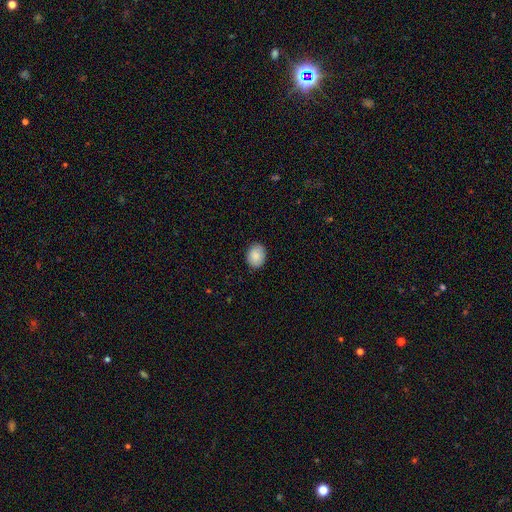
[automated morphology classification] A smooth galaxy with no disk features (88%) that is in between round and cigar-shaped (60%).

Vote fractions:
- Smooth or featured? smooth: 88% / star or artifact: 7% / featured or disk: 5%
- How rounded? in between: 60% / round: 39% / cigar-shaped: 1%
- Merging? none: 89% / minor disturbance: 8% / major disturbance: 2% / merger: 1%